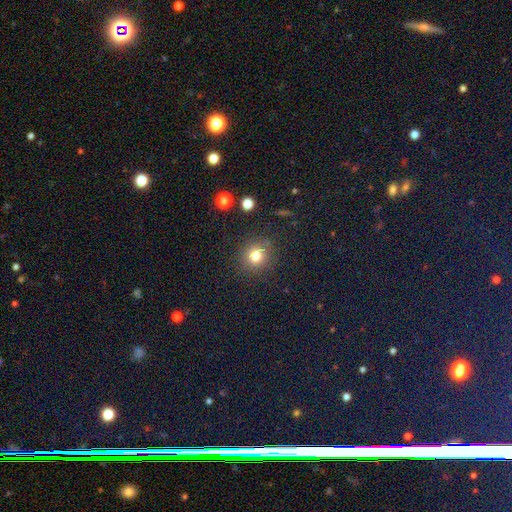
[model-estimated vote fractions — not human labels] A smooth galaxy with no disk features (78%) that is round (84%). Merging: none (83%).